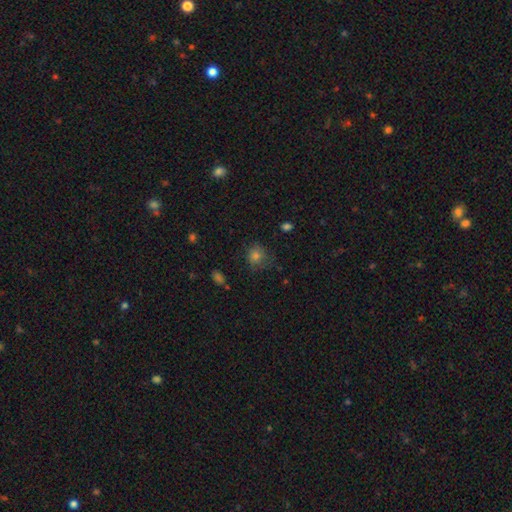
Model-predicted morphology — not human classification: type=smooth (73%); roundness=round (81%); merging=none (70%).